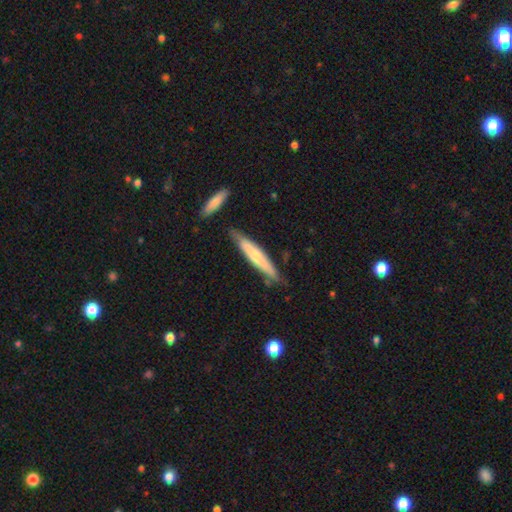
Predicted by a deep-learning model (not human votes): Smooth or featured: smooth — 55% (featured or disk — 40%)
How rounded: cigar-shaped — 92% (in between — 7%)
Merging: none — 77% (minor disturbance — 16%)